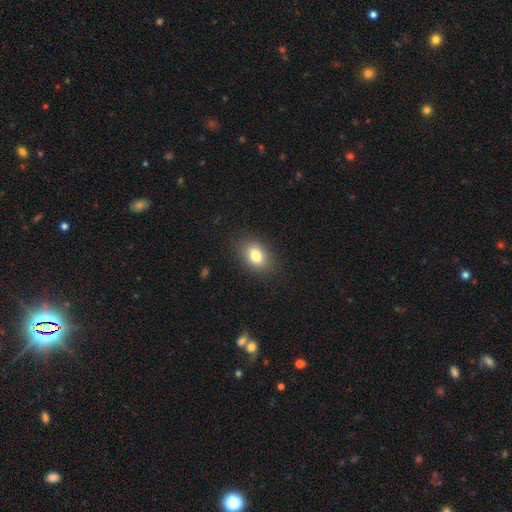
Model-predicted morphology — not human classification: Smooth or featured: smooth — 81% (star or artifact — 10%)
How rounded: in between — 79% (round — 20%)
Merging: none — 85% (minor disturbance — 10%)